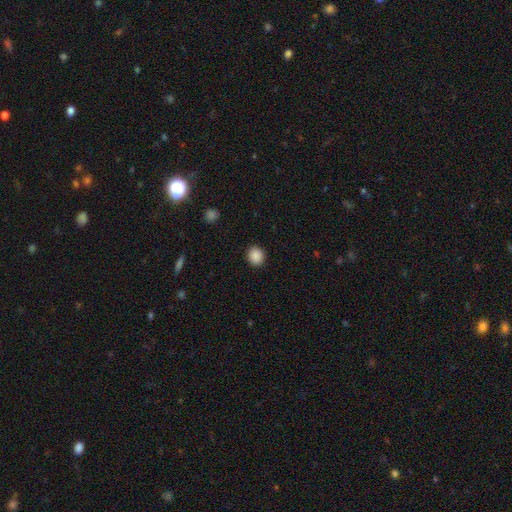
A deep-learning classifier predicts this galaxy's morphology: Q: Smooth or featured?
A: smooth (89%); runner-up: star or artifact (9%)
Q: How rounded?
A: round (75%); runner-up: in between (24%)
Q: Merging?
A: none (91%); runner-up: minor disturbance (6%)